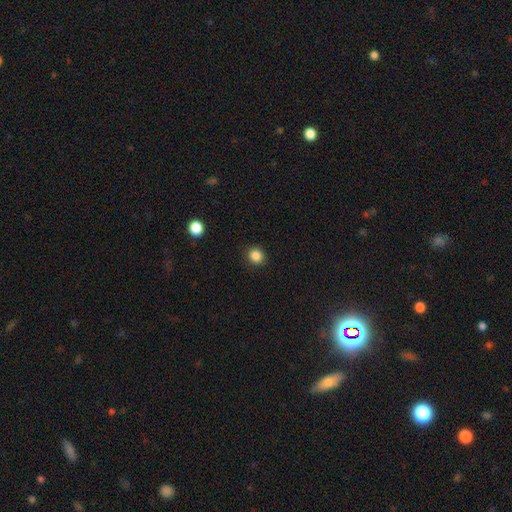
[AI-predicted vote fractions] Smooth or featured? smooth (86%)
How rounded? round (83%)
Merging? none (90%)